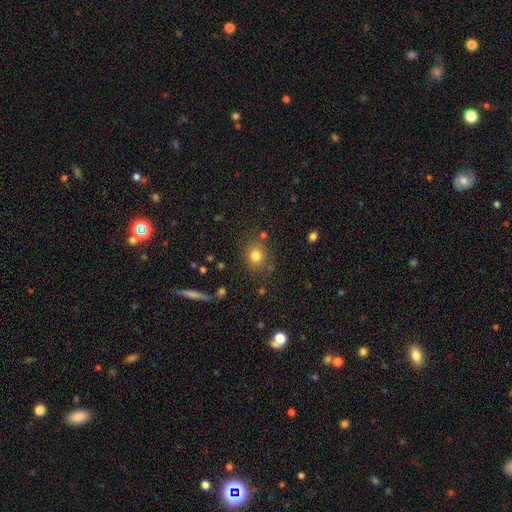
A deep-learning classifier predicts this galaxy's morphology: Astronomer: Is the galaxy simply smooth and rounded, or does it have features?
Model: smooth — 79%.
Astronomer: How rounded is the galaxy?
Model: round — 68%.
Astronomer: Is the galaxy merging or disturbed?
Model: none — 81%.